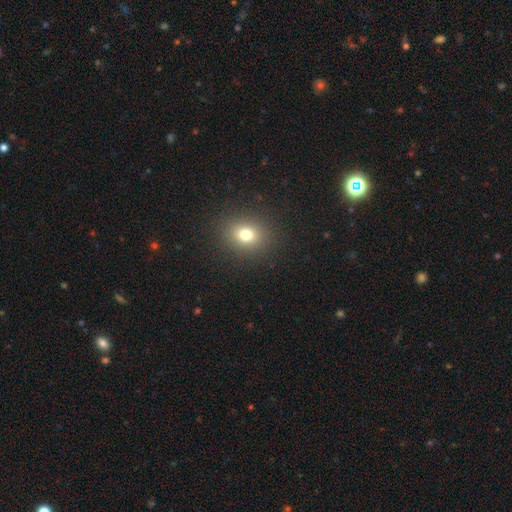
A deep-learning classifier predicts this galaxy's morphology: smooth-or-featured: smooth: 69% | star or artifact: 23% | featured or disk: 7%
  how-rounded: round: 70% | in between: 29% | cigar-shaped: 1%
  merging: none: 92% | minor disturbance: 5% | major disturbance: 2% | merger: 1%